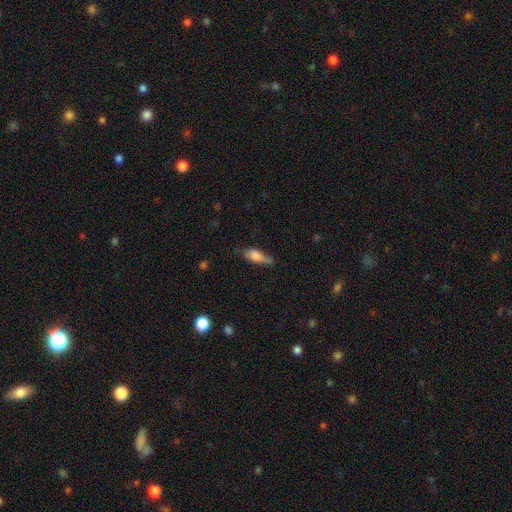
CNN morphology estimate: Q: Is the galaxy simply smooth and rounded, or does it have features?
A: smooth — 74%.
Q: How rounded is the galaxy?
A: in between — 71%.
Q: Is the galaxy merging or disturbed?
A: none — 45%.